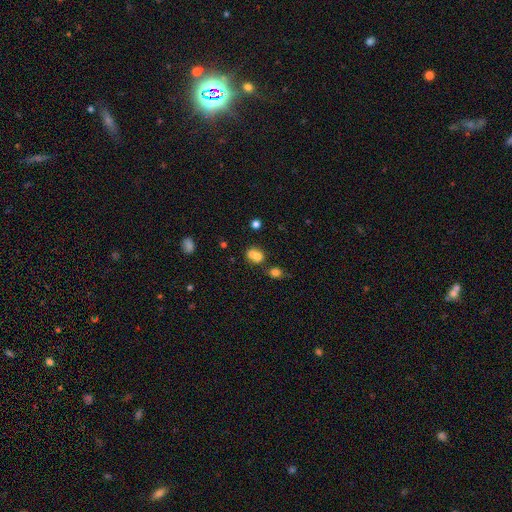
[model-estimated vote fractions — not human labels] Smooth or featured?
  - smooth: 71% *
  - featured or disk: 16%
  - star or artifact: 13%
How rounded?
  - round: 62% *
  - in between: 37%
  - cigar-shaped: 1%
Merging?
  - merger: 59% *
  - none: 28%
  - minor disturbance: 8%
  - major disturbance: 4%